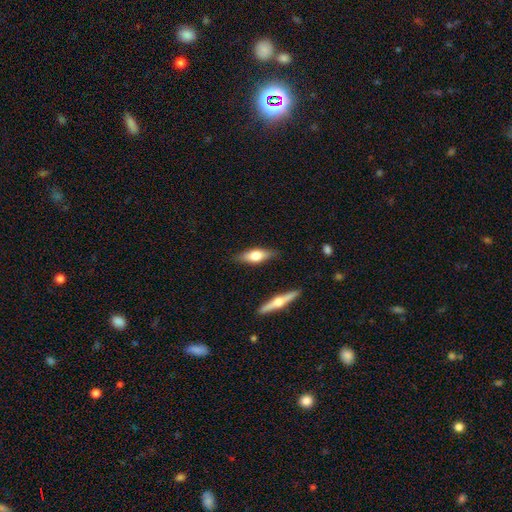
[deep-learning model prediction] Morphology: type=smooth (55%); roundness=in between (57%); merging=none (82%).